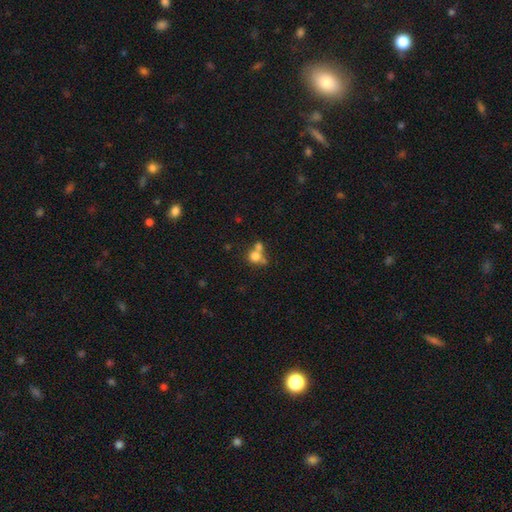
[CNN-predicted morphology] This appears to be a smooth galaxy with no disk features (73%) that is round (81%). Merging: merger (51%).